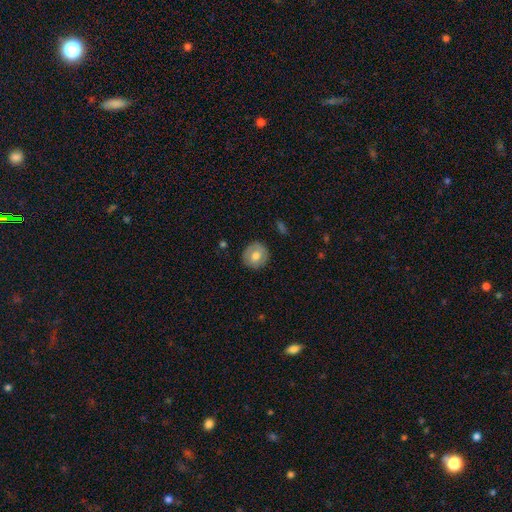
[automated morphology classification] Smooth or featured? smooth (71%)
How rounded? round (89%)
Merging? none (87%)